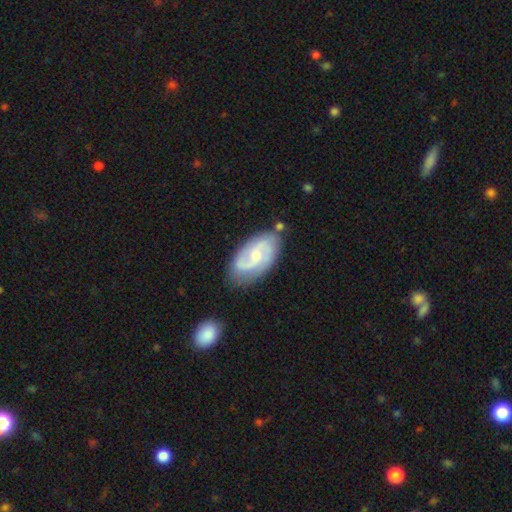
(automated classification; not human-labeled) smooth_or_featured: featured or disk (p=0.78) [alt: smooth p=0.17]
disk_edge_on: no (p=0.96) [alt: yes p=0.04]
bar: no (p=0.47) [alt: weak p=0.46]
has_spiral_arms: yes (p=0.95) [alt: no p=0.05]
spiral_winding: medium (p=0.49) [alt: tight p=0.26]
spiral_arm_count: 2 (p=0.83) [alt: can't tell p=0.07]
bulge_size: small (p=0.50) [alt: moderate p=0.40]
merging: none (p=0.73) [alt: minor disturbance p=0.18]